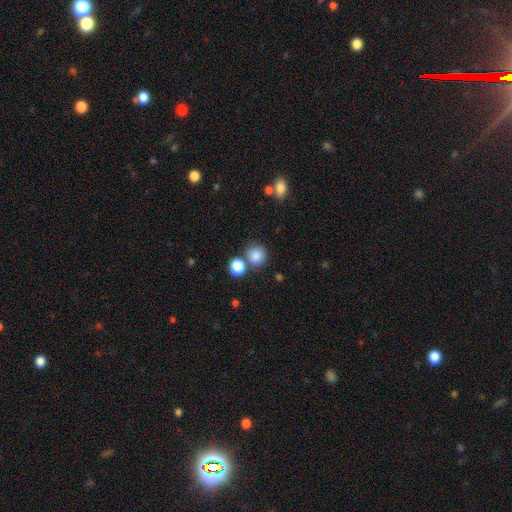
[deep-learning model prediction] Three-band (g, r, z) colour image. It shows a smooth galaxy with no disk features (85%) that is round (89%). Merging: none (69%).